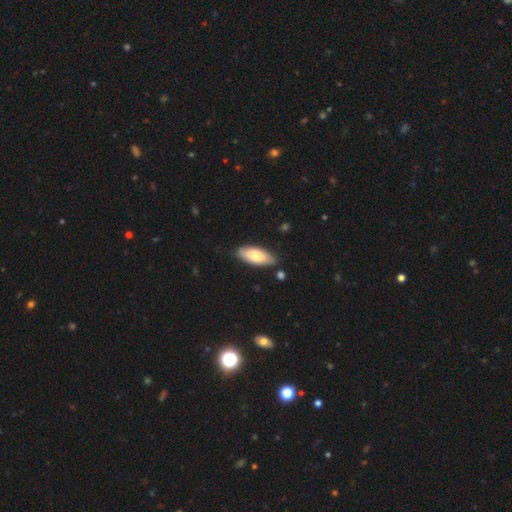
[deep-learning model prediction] Smooth or featured? smooth (74%)
How rounded? in between (79%)
Merging? none (81%)